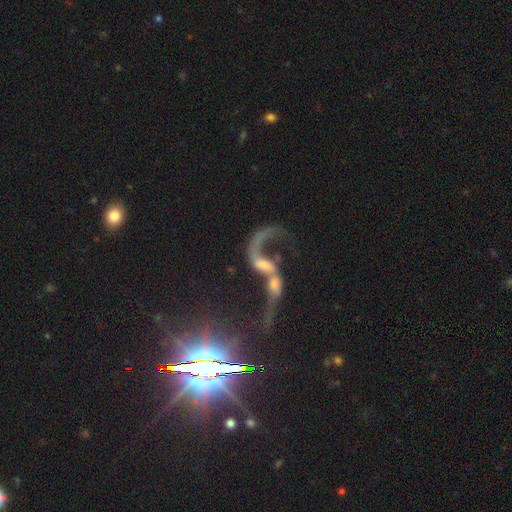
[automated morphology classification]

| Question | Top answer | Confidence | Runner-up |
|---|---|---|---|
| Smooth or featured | featured or disk | 73% | star or artifact (18%) |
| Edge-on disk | no | 92% | yes (8%) |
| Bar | no | 50% | weak (29%) |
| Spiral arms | yes | 83% | no (17%) |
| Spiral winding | loose | 87% | medium (9%) |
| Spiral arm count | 2 | 71% | 1 (20%) |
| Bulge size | small | 43% | moderate (29%) |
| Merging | merger | 49% | none (22%) |